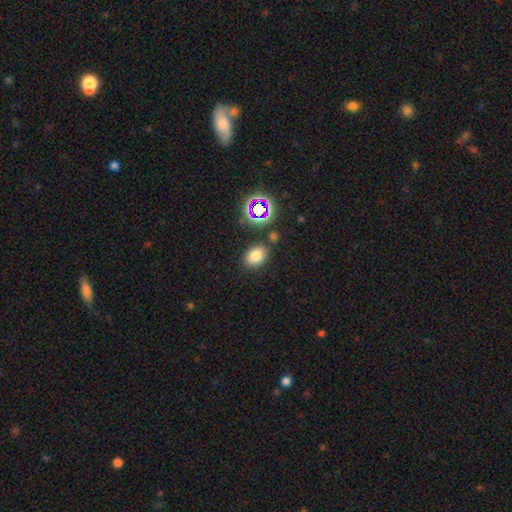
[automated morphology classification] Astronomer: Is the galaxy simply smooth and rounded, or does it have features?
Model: smooth — 74%.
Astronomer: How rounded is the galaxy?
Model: in between — 68%.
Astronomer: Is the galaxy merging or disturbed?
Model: none — 80%.